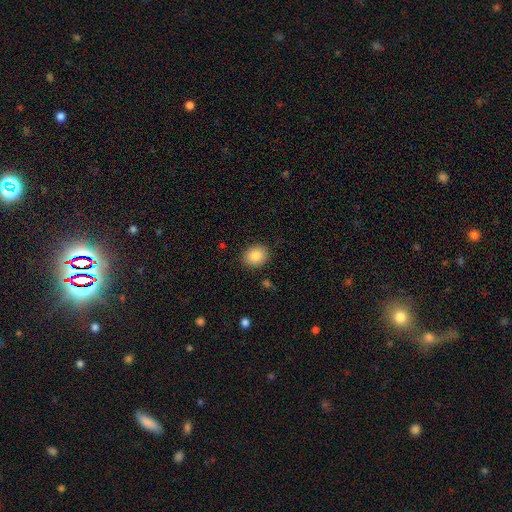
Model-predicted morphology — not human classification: This appears to be a smooth galaxy with no disk features (86%) that is round (55%). Merging: none (87%).